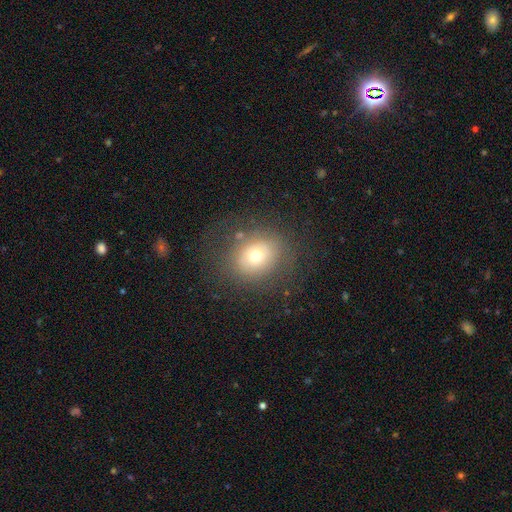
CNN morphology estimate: Overall: smooth (64%). How rounded: round (64%; in between 35%). Merging: none (73%).